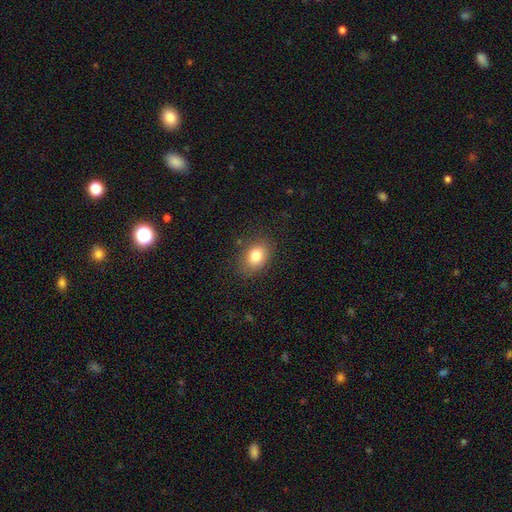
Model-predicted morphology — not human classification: Smooth or featured? smooth (82%)
How rounded? in between (72%)
Merging? none (82%)